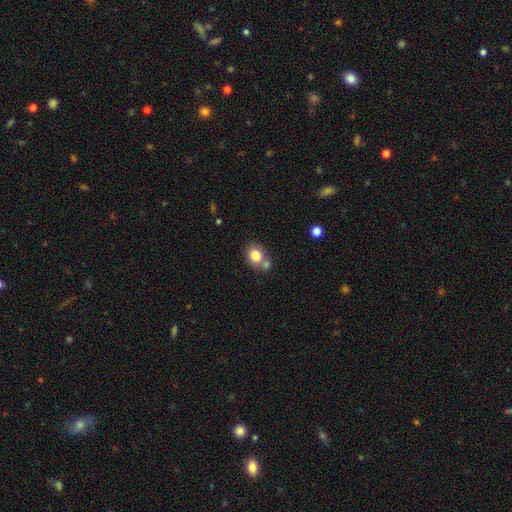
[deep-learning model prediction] smooth-or-featured: smooth: 80% | featured or disk: 10% | star or artifact: 10%
  how-rounded: round: 55% | in between: 44% | cigar-shaped: 1%
  merging: none: 54% | merger: 30% | minor disturbance: 12% | major disturbance: 4%